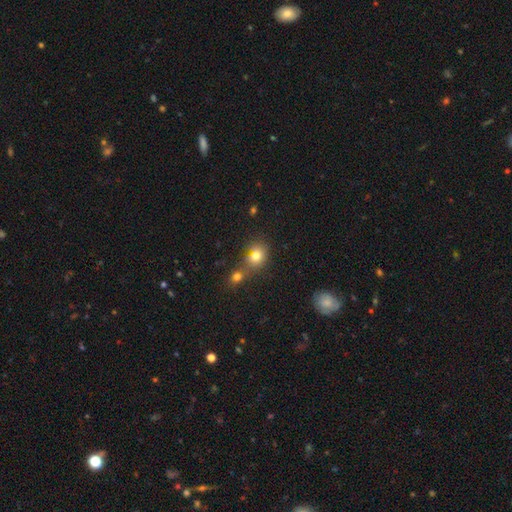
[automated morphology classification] This is likely a smooth galaxy (77%). How rounded: likely round (65%). Merging: marginally none (43%).